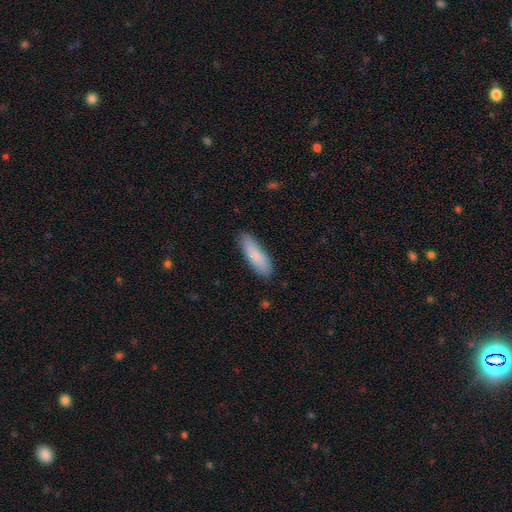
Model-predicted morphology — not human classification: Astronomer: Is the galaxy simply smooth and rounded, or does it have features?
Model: smooth — 84%.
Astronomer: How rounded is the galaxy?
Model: cigar-shaped — 51% (runner-up: in between, 48%).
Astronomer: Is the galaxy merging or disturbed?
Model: none — 84%.